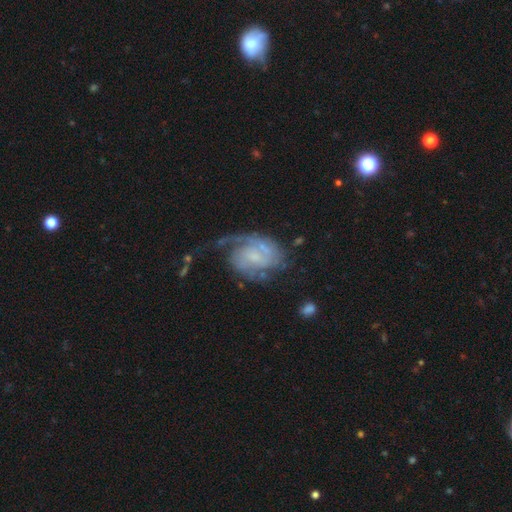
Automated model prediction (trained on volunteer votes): Overall: featured or disk (82%). Edge-on disk: no (98%). Bar: no (51%; weak 42%). Spiral arms: yes (93%). Spiral arm count: 2 (43%; 1 28%). Spiral winding: medium (40%; tight 38%). Bulge size: small (51%; none 24%). Merging: none (46%; major disturbance 30%).